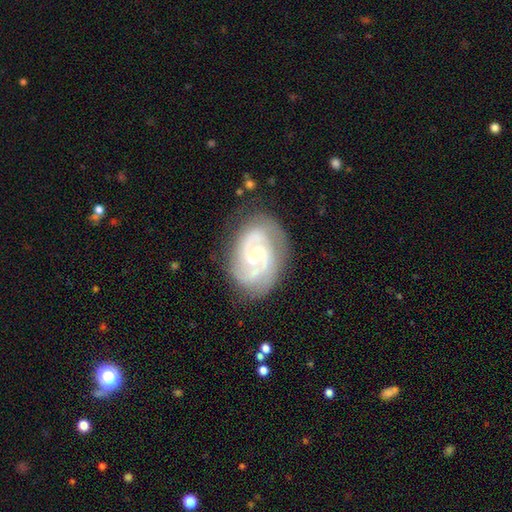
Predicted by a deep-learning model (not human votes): Morphology: type=featured or disk (90%); edge-on=no (98%); bar=weak (45%); spiral arms=yes (98%); winding=tight (50%); arm count=2 (73%); bulge=small (60%); merging=none (79%).